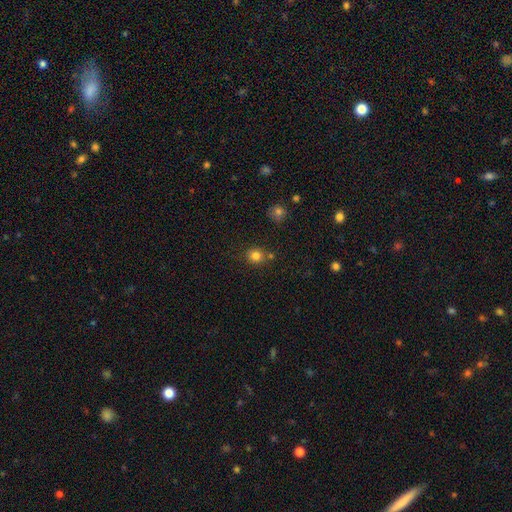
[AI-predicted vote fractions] Smooth or featured?
  - smooth: 82% *
  - star or artifact: 13%
  - featured or disk: 6%
How rounded?
  - round: 84% *
  - in between: 15%
  - cigar-shaped: 1%
Merging?
  - none: 75% *
  - minor disturbance: 11%
  - merger: 11%
  - major disturbance: 3%